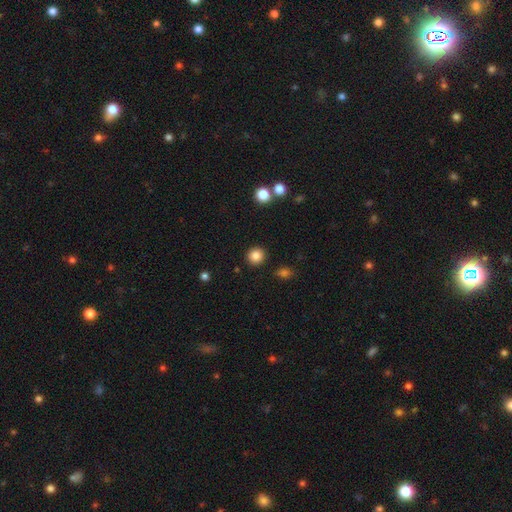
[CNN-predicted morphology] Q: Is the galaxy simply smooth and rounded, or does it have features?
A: smooth — 86%.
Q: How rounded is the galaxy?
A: round — 91%.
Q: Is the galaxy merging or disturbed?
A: none — 91%.